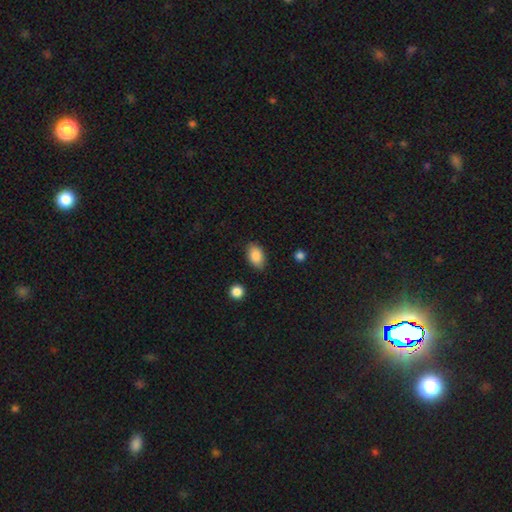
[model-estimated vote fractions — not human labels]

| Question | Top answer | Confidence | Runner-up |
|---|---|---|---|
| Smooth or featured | smooth | 87% | star or artifact (7%) |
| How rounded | in between | 89% | round (9%) |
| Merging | none | 83% | minor disturbance (12%) |